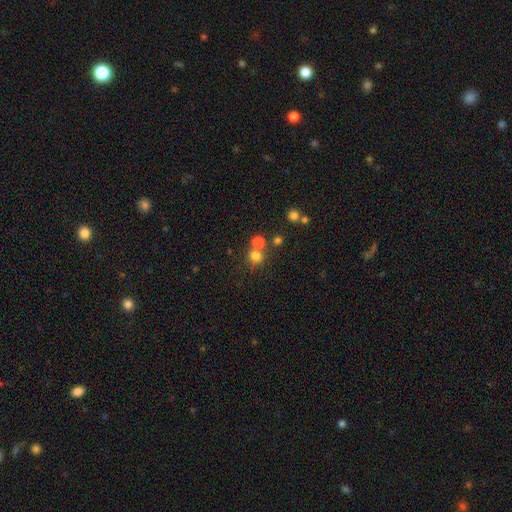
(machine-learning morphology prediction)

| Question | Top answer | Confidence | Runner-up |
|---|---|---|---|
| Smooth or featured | smooth | 74% | star or artifact (18%) |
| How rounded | round | 89% | in between (10%) |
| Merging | none | 61% | merger (28%) |